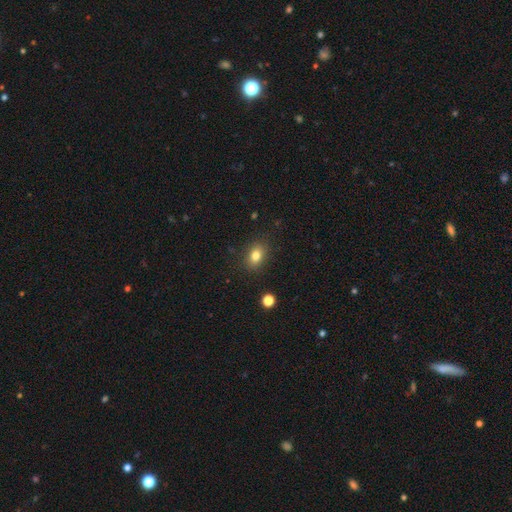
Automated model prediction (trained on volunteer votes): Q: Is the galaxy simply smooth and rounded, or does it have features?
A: smooth — 81%.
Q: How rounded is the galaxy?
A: in between — 74%.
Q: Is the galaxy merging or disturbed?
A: none — 86%.